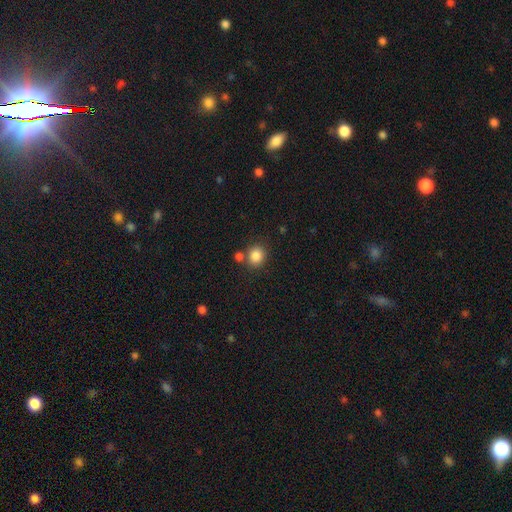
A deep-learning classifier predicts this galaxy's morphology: smooth 85%, star or artifact 10%, featured or disk 5%. Down the decision tree: how rounded — round (81%); merging — none (70%).